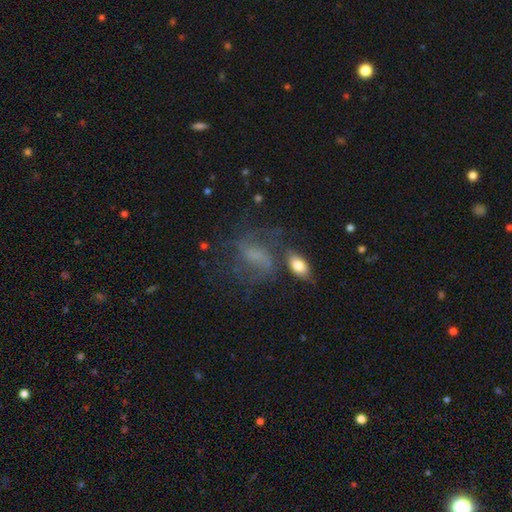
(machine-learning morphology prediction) type=featured or disk (50%); merging=none (44%).